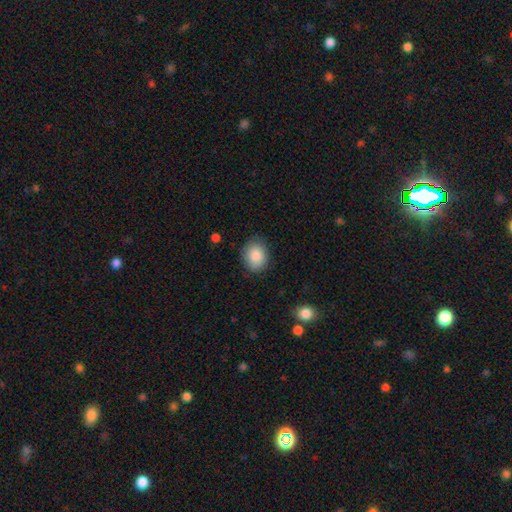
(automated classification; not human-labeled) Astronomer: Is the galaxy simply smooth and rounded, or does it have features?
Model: smooth — 86%.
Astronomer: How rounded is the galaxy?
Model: round — 50%, tied with in between at 50%.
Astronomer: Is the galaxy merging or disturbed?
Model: none — 83%.